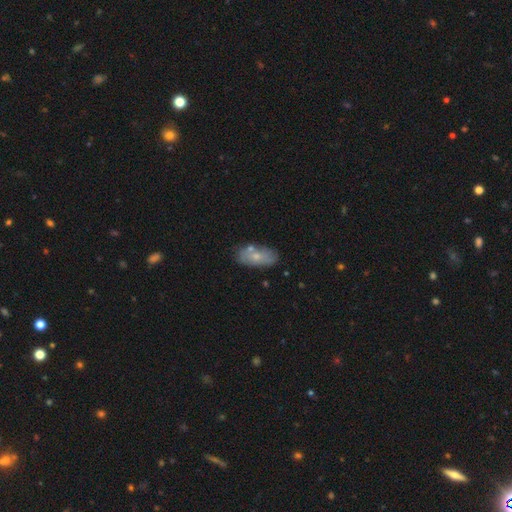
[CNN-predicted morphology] Overall: smooth (63%; featured or disk 30%). How rounded: in between (89%). Merging: none (69%).